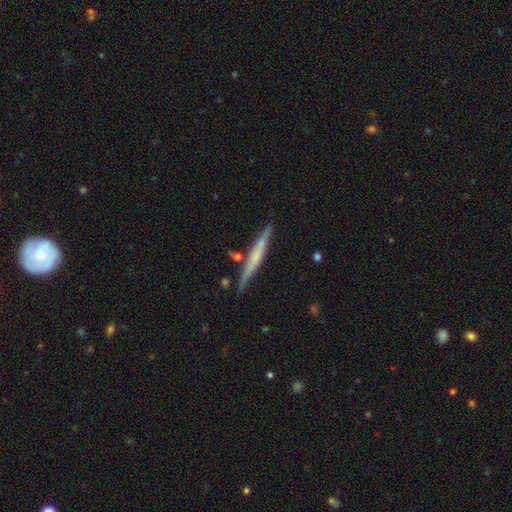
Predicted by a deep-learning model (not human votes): Smooth or featured?
  - featured or disk: 56% *
  - smooth: 38%
  - star or artifact: 6%
Edge-on disk?
  - yes: 97% *
  - no: 3%
Edge-on bulge?
  - none: 57% *
  - rounded: 31%
  - boxy: 13%
Merging?
  - none: 83% *
  - minor disturbance: 11%
  - merger: 4%
  - major disturbance: 2%